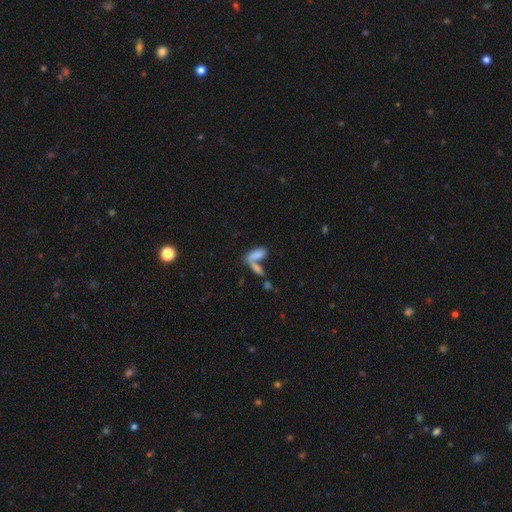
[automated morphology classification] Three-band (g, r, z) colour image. It shows a smooth galaxy with no disk features (77%) that is in between round and cigar-shaped (74%). Merging: merger (55%).